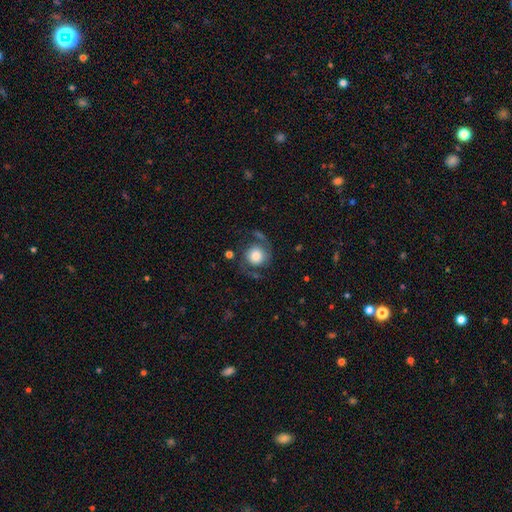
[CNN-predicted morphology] Smooth or featured?
  - featured or disk: 57% *
  - smooth: 35%
  - star or artifact: 9%
Edge-on disk?
  - no: 97% *
  - yes: 3%
Bar?
  - no: 78% *
  - weak: 17%
  - strong: 4%
Spiral arms?
  - yes: 87% *
  - no: 13%
Bulge size?
  - large: 41% *
  - moderate: 30%
  - dominant: 17%
  - small: 9%
  - none: 3%
Merging?
  - none: 66% *
  - minor disturbance: 17%
  - major disturbance: 14%
  - merger: 4%